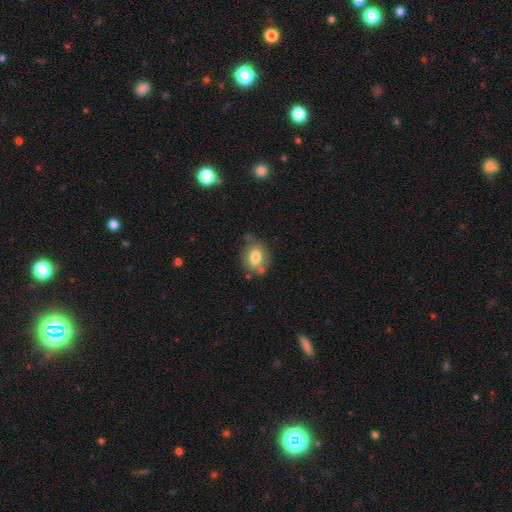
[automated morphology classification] A smooth galaxy with no disk features (76%) that is round (49%, tied with in between). Merging: none (68%).